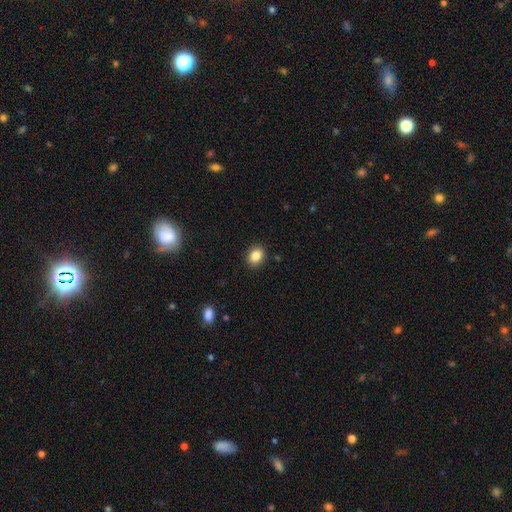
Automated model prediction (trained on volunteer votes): Smooth or featured?
  - smooth: 85% *
  - star or artifact: 10%
  - featured or disk: 5%
How rounded?
  - round: 53% *
  - in between: 46%
  - cigar-shaped: 1%
Merging?
  - none: 89% *
  - minor disturbance: 7%
  - major disturbance: 2%
  - merger: 1%